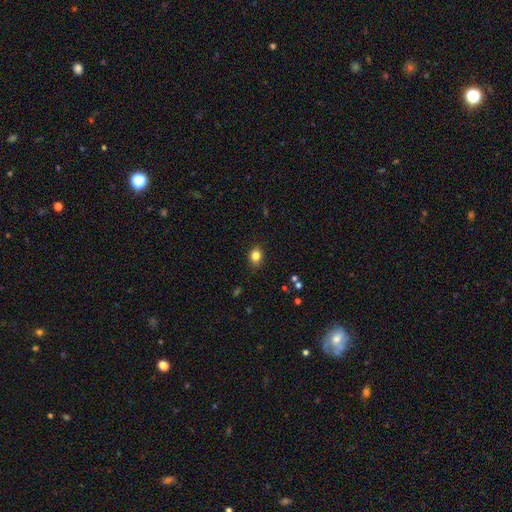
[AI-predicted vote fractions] A smooth galaxy with no disk features (83%) that is in between round and cigar-shaped (54%). Merging: none (84%).